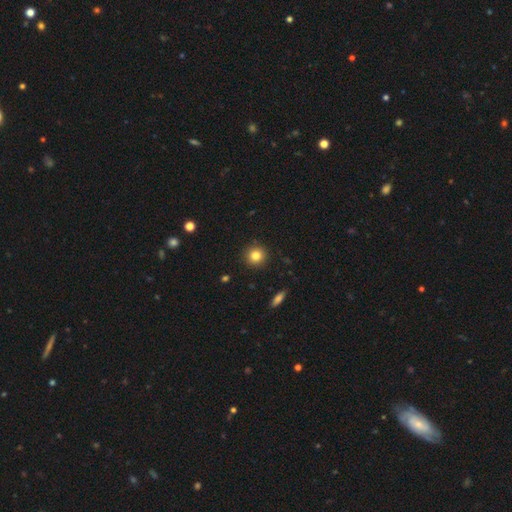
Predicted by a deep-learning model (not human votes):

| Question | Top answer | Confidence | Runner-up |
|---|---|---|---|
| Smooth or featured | smooth | 82% | star or artifact (11%) |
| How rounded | round | 93% | in between (6%) |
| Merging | none | 91% | minor disturbance (6%) |